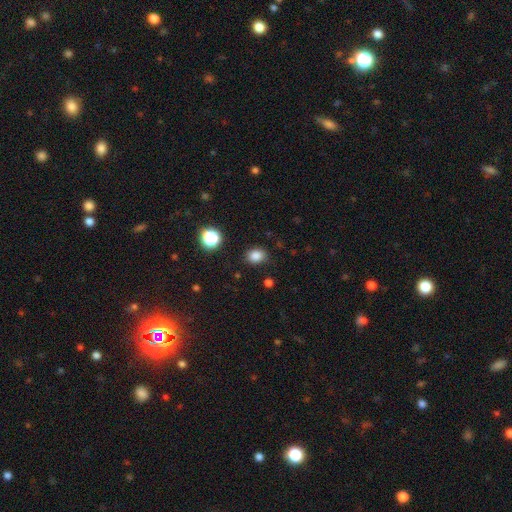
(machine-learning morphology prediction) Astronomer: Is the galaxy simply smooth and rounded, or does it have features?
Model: smooth — 83%.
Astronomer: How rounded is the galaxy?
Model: in between — 52% (runner-up: round, 47%).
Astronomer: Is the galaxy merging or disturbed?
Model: none — 83%.